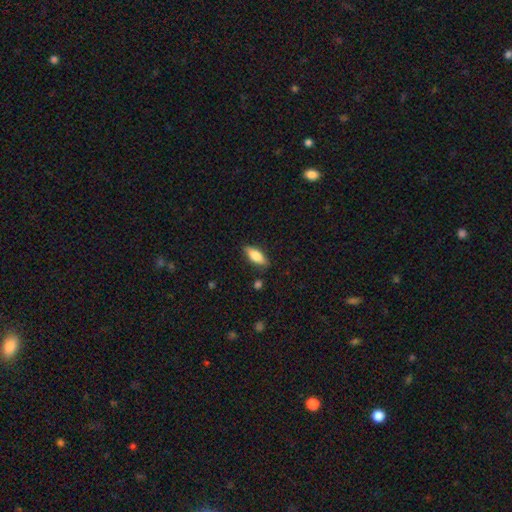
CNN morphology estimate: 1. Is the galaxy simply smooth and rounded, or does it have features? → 77% smooth, 17% featured or disk, 6% star or artifact.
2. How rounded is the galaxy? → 76% in between, 22% cigar-shaped, 2% round.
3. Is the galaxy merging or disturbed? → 84% none, 12% minor disturbance, 3% major disturbance, 2% merger.